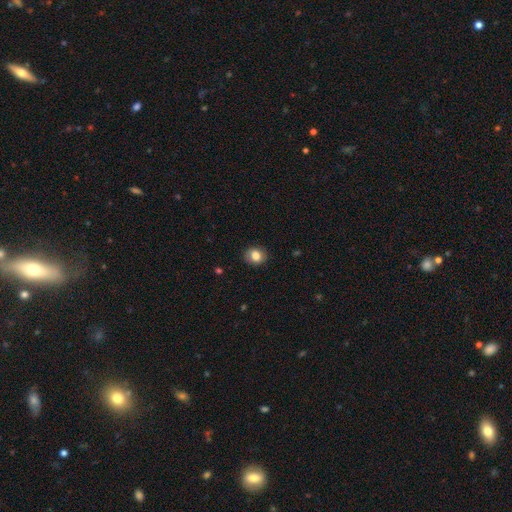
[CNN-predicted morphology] Smooth or featured?
  - smooth: 79% *
  - featured or disk: 12%
  - star or artifact: 9%
How rounded?
  - round: 58% *
  - in between: 41%
  - cigar-shaped: 1%
Merging?
  - none: 85% *
  - minor disturbance: 11%
  - major disturbance: 3%
  - merger: 1%